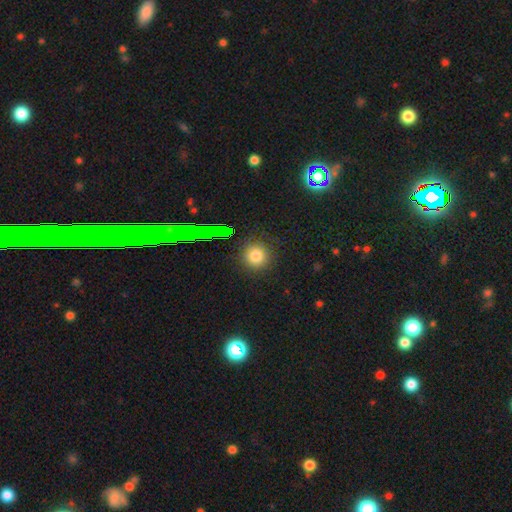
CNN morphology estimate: smooth 77%, star or artifact 16%, featured or disk 7%. Down the decision tree: how rounded — round (93%); merging — none (88%).